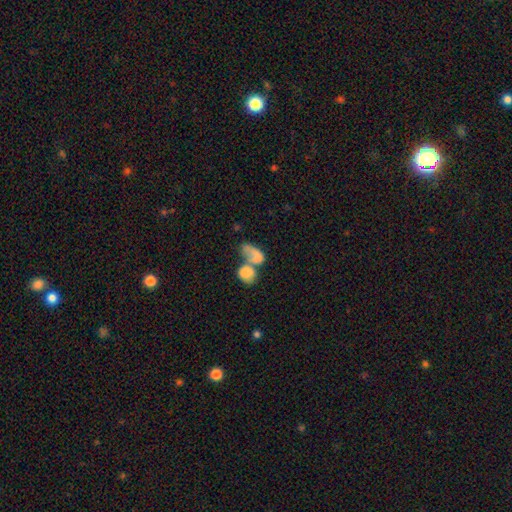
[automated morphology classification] smooth 70%, featured or disk 21%, star or artifact 9%. Down the decision tree: how rounded — in between (75%); merging — merger (66%).